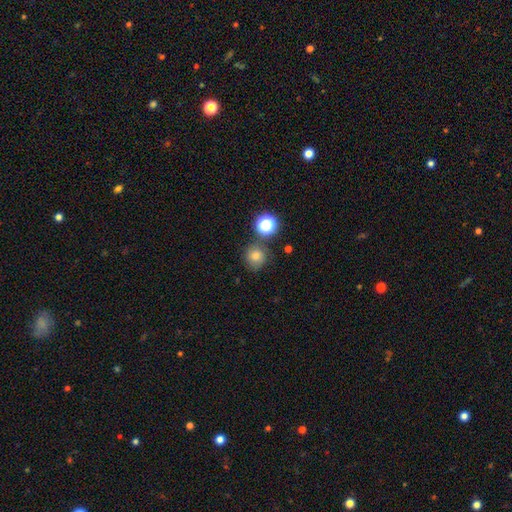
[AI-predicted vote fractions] Smooth or featured?
  - smooth: 70% *
  - star or artifact: 21%
  - featured or disk: 9%
How rounded?
  - round: 90% *
  - in between: 9%
  - cigar-shaped: 1%
Merging?
  - none: 77% *
  - minor disturbance: 11%
  - merger: 9%
  - major disturbance: 3%